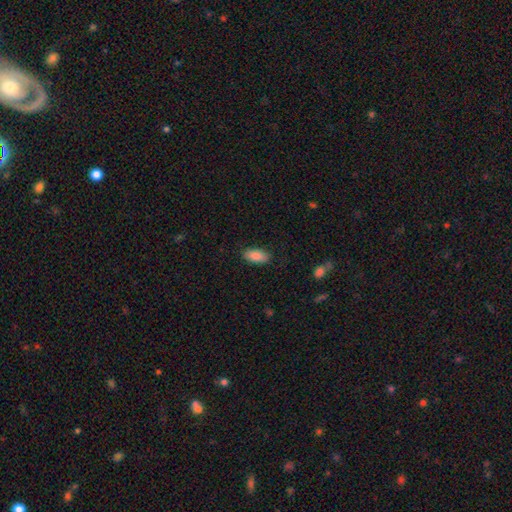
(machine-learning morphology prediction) smooth-or-featured: smooth: 87% | star or artifact: 7% | featured or disk: 6%
  how-rounded: in between: 90% | cigar-shaped: 7% | round: 3%
  merging: none: 85% | minor disturbance: 11% | major disturbance: 3% | merger: 1%